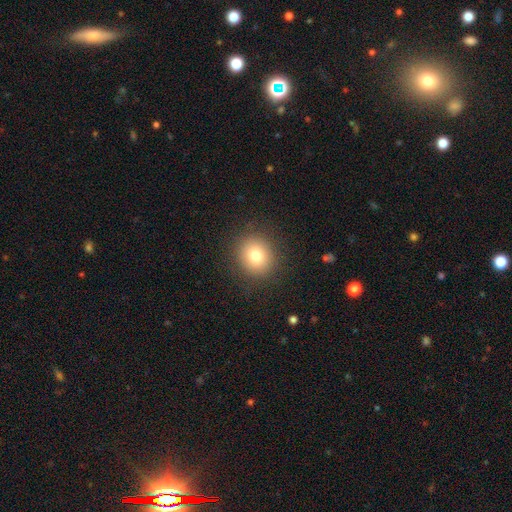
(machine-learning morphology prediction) The model was most divided on "smooth or featured": smooth: 79%, star or artifact: 12%, featured or disk: 9%. More confident: merging — none (89%); how rounded — round (85%).